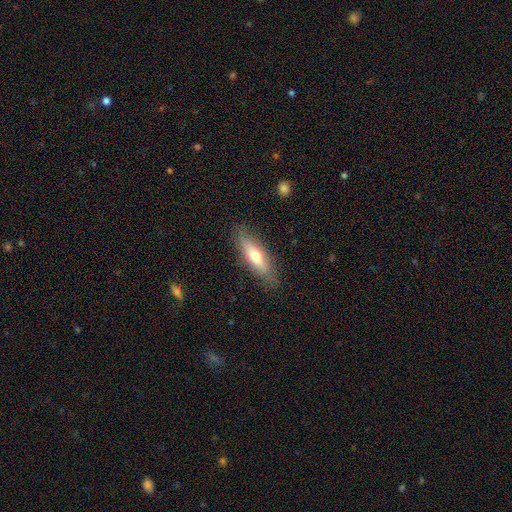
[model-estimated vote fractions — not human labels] smooth_or_featured: smooth (p=0.56) [alt: featured or disk p=0.37]
how_rounded: cigar-shaped (p=0.57) [alt: in between p=0.41]
merging: none (p=0.84) [alt: minor disturbance p=0.12]